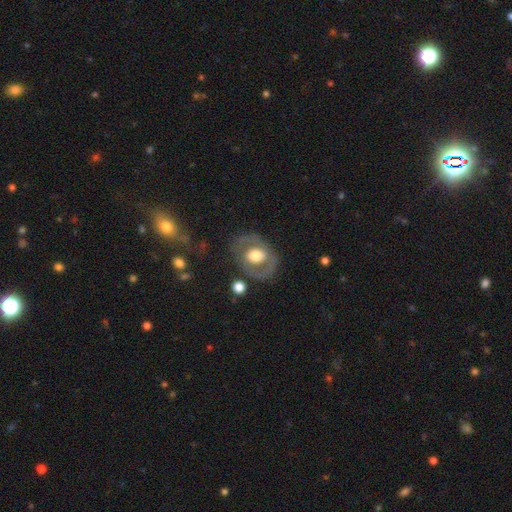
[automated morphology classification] Smooth or featured: featured or disk — 57% (smooth — 37%)
Edge-on disk: no — 95% (yes — 5%)
Bar: no — 71% (weak — 21%)
Spiral arms: no — 65% (yes — 35%)
Bulge size: large — 47% (moderate — 43%)
Merging: none — 70% (minor disturbance — 17%)